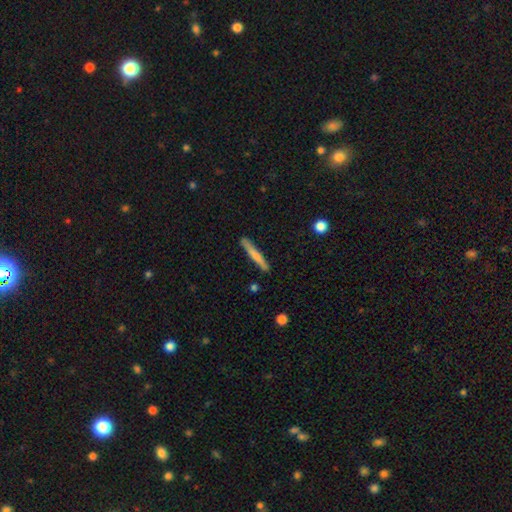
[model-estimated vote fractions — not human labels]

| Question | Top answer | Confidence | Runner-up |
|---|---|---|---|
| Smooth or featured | smooth | 68% | featured or disk (27%) |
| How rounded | cigar-shaped | 96% | in between (3%) |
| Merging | none | 87% | minor disturbance (9%) |